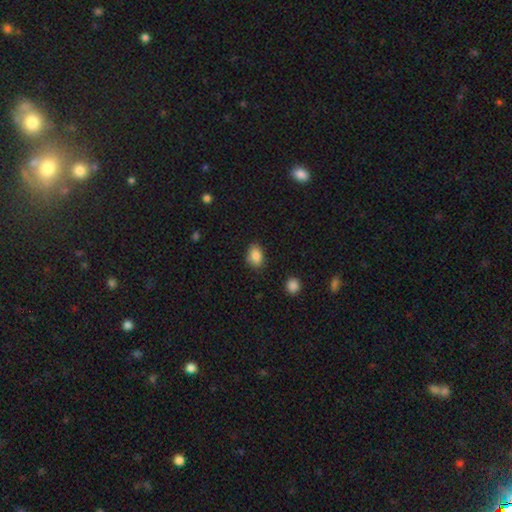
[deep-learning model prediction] smooth 85%, star or artifact 9%, featured or disk 6%. Down the decision tree: how rounded — in between (78%); merging — none (80%).